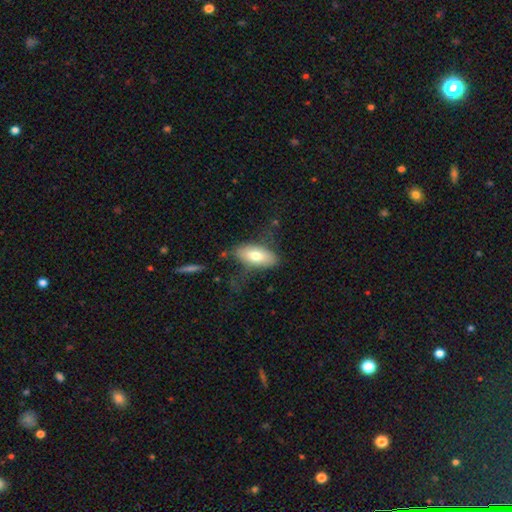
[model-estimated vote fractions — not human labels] smooth 70%, featured or disk 23%, star or artifact 7%. Down the decision tree: how rounded — in between (88%); merging — none (61%).